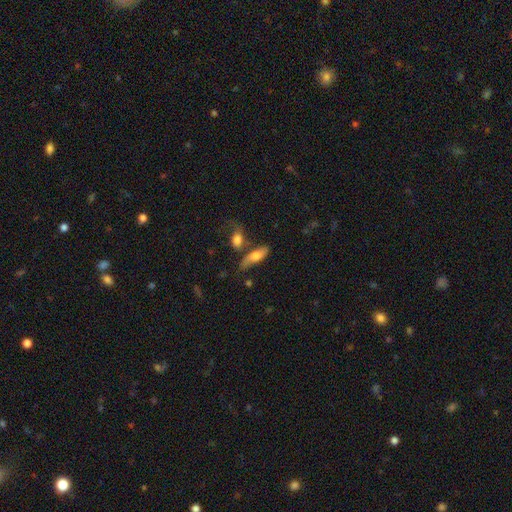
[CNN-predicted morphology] A smooth galaxy with no disk features (60%) that is in between round and cigar-shaped (65%).

Vote fractions:
- Smooth or featured? smooth: 60% / featured or disk: 33% / star or artifact: 7%
- How rounded? in between: 65% / cigar-shaped: 32% / round: 4%
- Merging? none: 46% / merger: 24% / minor disturbance: 20% / major disturbance: 10%